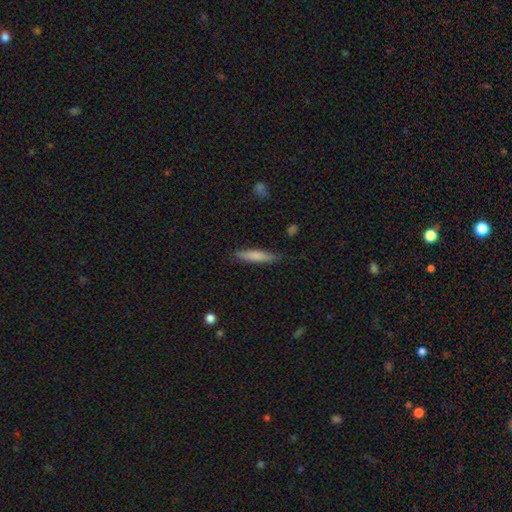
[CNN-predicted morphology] smooth-or-featured: smooth: 74% | featured or disk: 20% | star or artifact: 6%
  how-rounded: cigar-shaped: 85% | in between: 13% | round: 2%
  merging: none: 82% | minor disturbance: 14% | major disturbance: 3% | merger: 1%